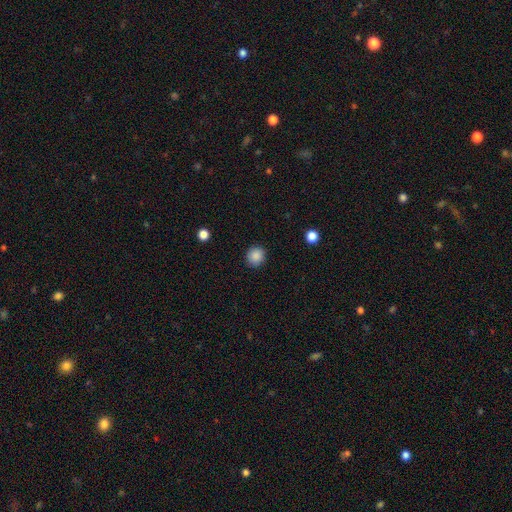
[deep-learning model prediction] This is clearly a smooth galaxy (88%). How rounded: clearly round (89%). Merging: clearly none (90%).